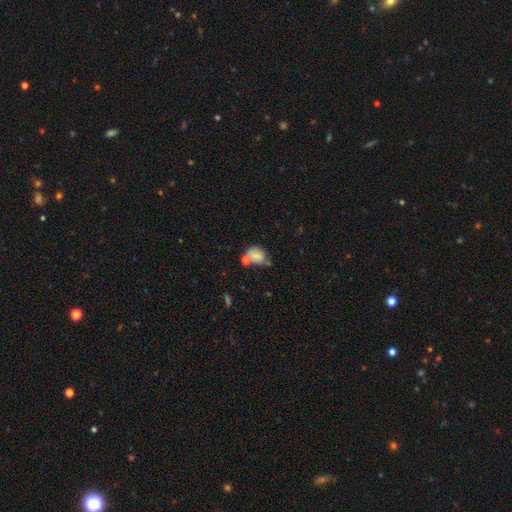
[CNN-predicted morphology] Smooth or featured: smooth — 75% (featured or disk — 15%)
How rounded: in between — 58% (round — 40%)
Merging: none — 36% (merger — 28%)